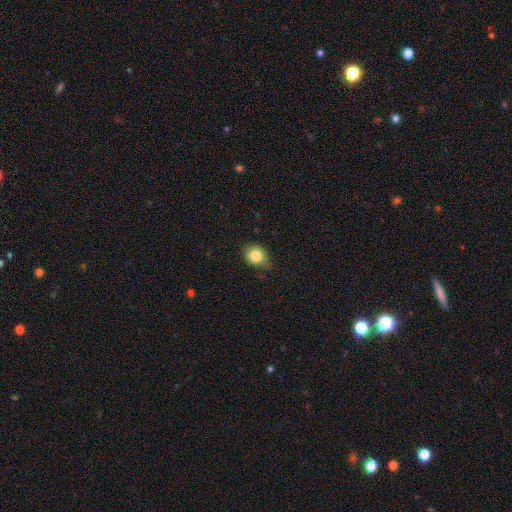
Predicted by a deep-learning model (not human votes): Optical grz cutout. It shows a smooth galaxy with no disk features (82%) that is round (61%). Merging: none (62%).